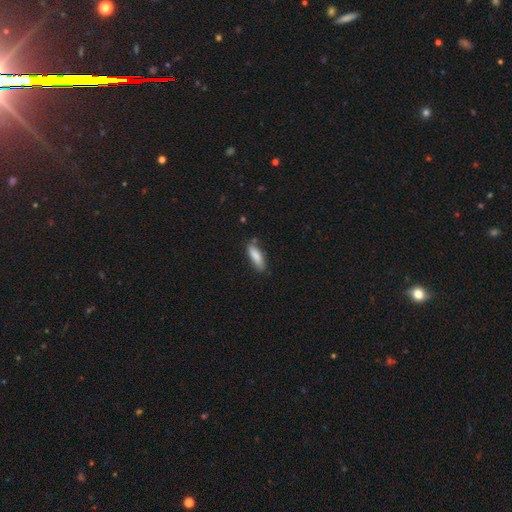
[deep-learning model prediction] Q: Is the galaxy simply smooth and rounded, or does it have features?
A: smooth — 85%.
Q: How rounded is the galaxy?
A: in between — 51%.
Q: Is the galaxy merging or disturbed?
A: none — 74%.